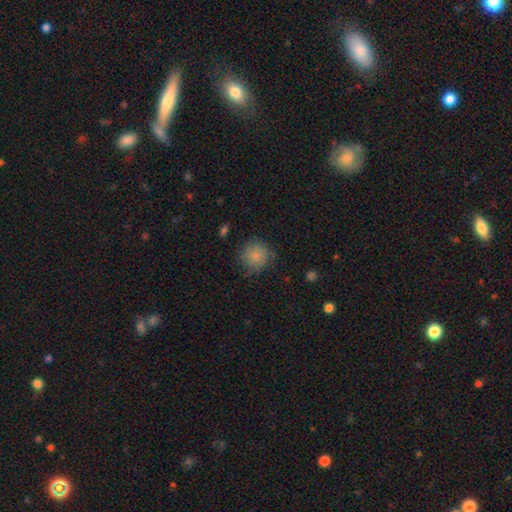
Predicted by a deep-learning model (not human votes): Smooth or featured? smooth (84%)
How rounded? round (91%)
Merging? none (76%)